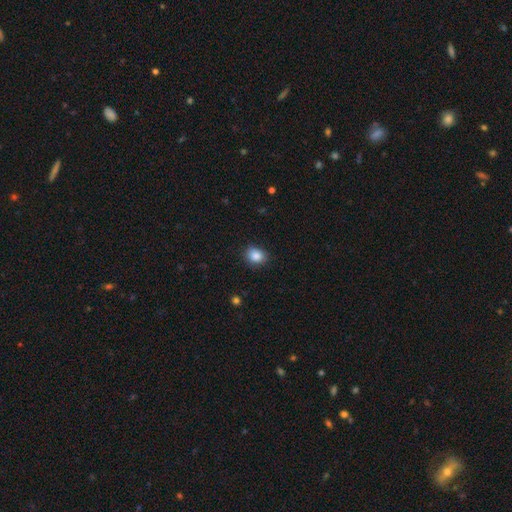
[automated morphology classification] Smooth or featured?
  - smooth: 86% *
  - star or artifact: 9%
  - featured or disk: 4%
How rounded?
  - round: 53% *
  - in between: 46%
  - cigar-shaped: 1%
Merging?
  - none: 83% *
  - minor disturbance: 13%
  - major disturbance: 3%
  - merger: 1%